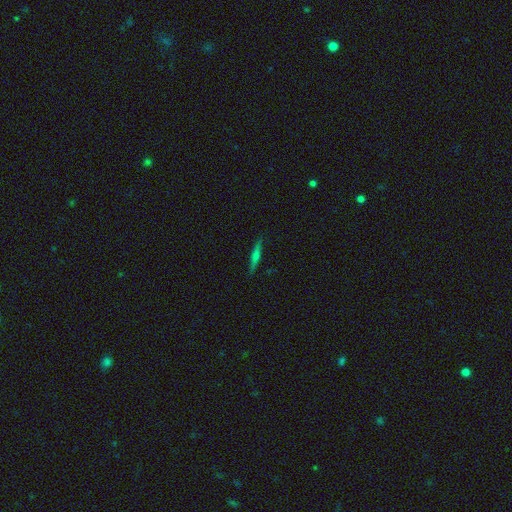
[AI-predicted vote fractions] featured or disk 55%, smooth 36%, star or artifact 8%. Down the decision tree: edge-on disk — yes (97%); edge-on bulge — rounded (69%); merging — none (89%).